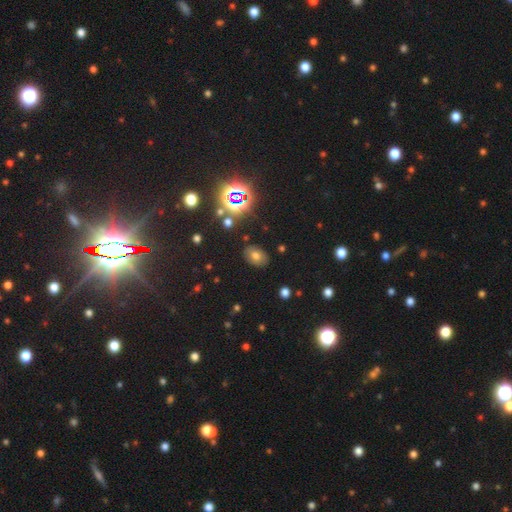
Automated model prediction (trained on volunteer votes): Smooth or featured? smooth (59%)
How rounded? in between (77%)
Merging? none (83%)